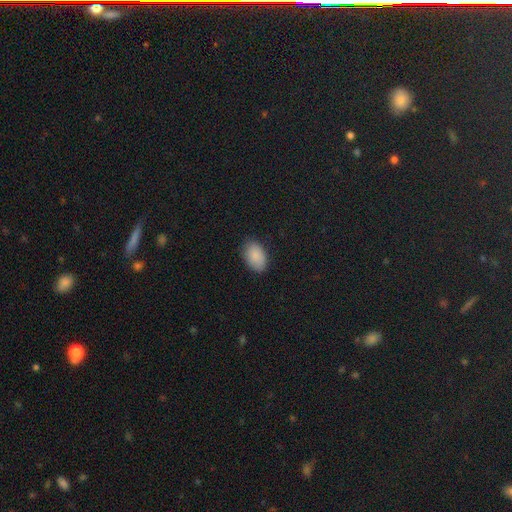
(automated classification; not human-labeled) This is clearly a smooth galaxy (88%). How rounded: clearly in between (90%). Merging: clearly none (84%).